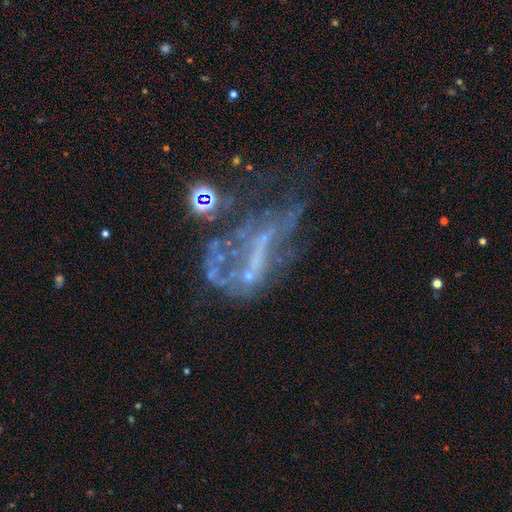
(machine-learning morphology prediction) Q: Smooth or featured?
A: featured or disk (63%); runner-up: star or artifact (23%)
Q: Edge-on disk?
A: no (95%); runner-up: yes (5%)
Q: Bar?
A: no (67%); runner-up: weak (19%)
Q: Spiral arms?
A: no (78%); runner-up: yes (22%)
Q: Bulge size?
A: none (70%); runner-up: small (20%)
Q: Merging?
A: major disturbance (46%); runner-up: none (25%)